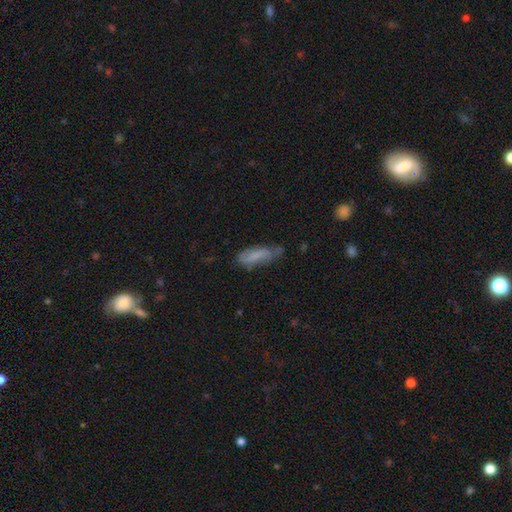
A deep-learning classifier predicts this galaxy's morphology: smooth 69%, featured or disk 22%, star or artifact 9%. Down the decision tree: how rounded — in between (50%); merging — none (46%).